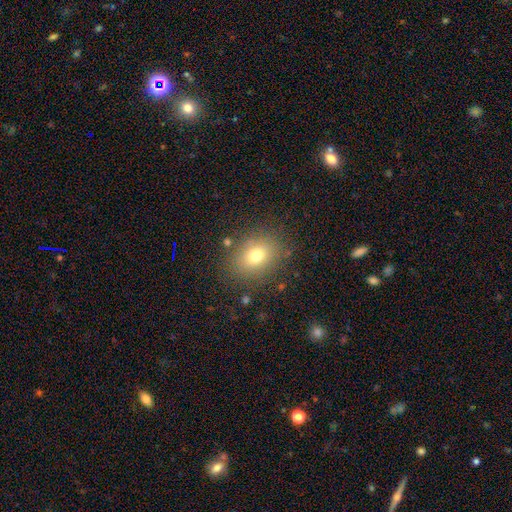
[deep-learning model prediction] Morphology: type=smooth (74%); roundness=in between (61%); merging=none (82%).